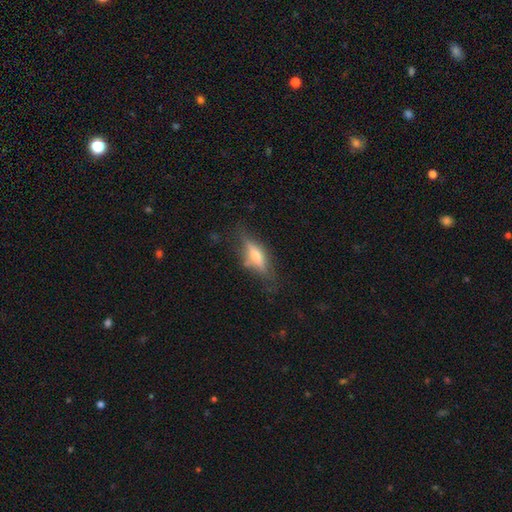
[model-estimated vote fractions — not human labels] This is possibly a featured or disk galaxy (54%). It is clearly viewed edge-on (90%). Merging: likely none (73%).